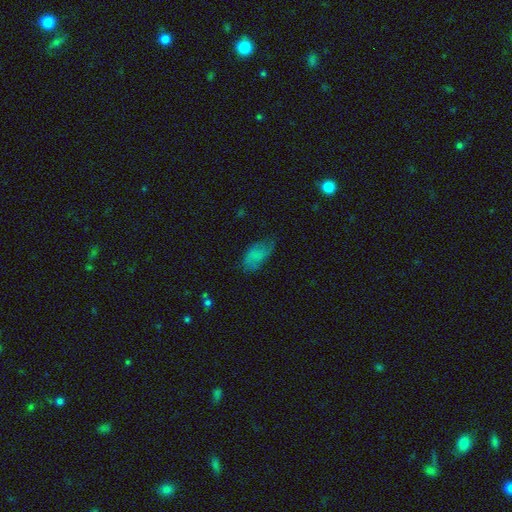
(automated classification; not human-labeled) Q: Smooth or featured?
A: smooth (71%); runner-up: featured or disk (18%)
Q: How rounded?
A: in between (93%); runner-up: cigar-shaped (4%)
Q: Merging?
A: none (50%); runner-up: minor disturbance (34%)